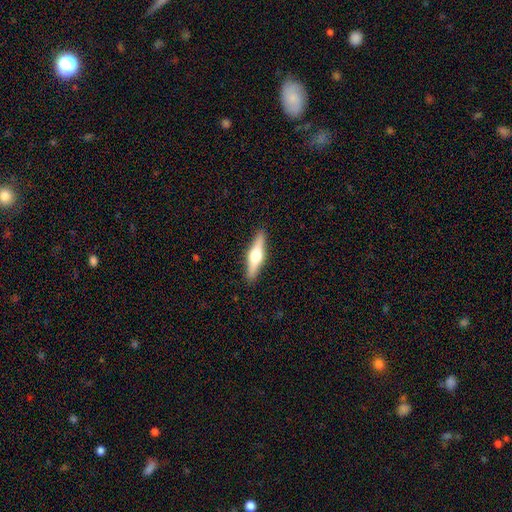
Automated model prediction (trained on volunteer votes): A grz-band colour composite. It shows a featured or disk galaxy (60%) viewed edge-on (96%) with a rounded central bulge (94%). Merging: none (90%).